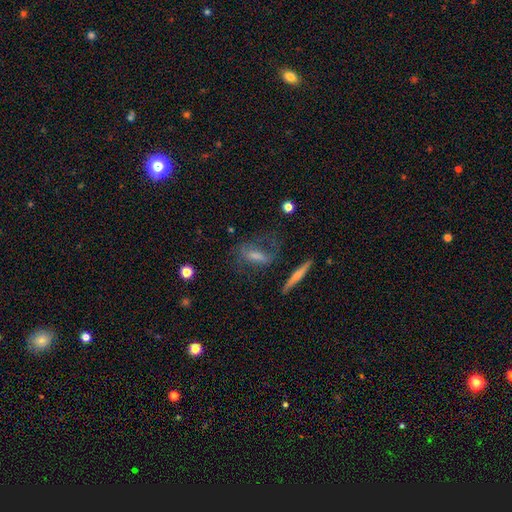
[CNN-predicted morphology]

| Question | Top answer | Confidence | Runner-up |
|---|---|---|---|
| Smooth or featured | featured or disk | 49% | smooth (35%) |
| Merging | none | 51% | major disturbance (24%) |